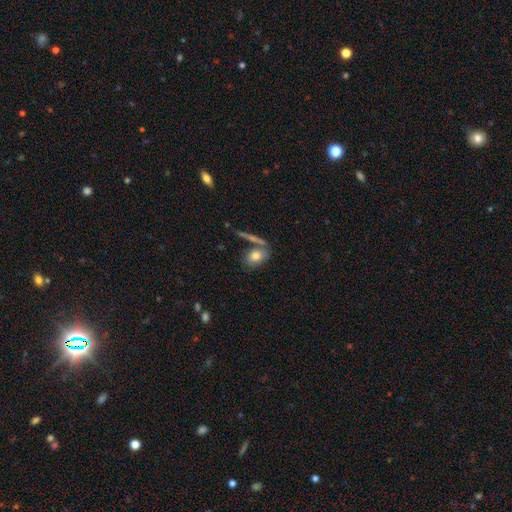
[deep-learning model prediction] Smooth or featured: smooth — 75% (featured or disk — 17%)
How rounded: in between — 79% (round — 16%)
Merging: none — 57% (merger — 23%)